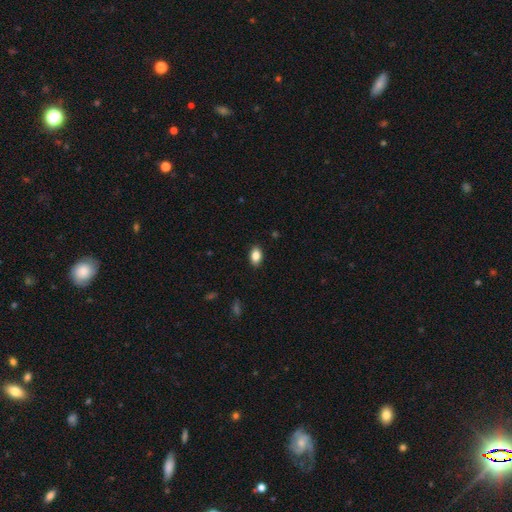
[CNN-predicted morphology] A smooth galaxy with no disk features (85%) that is in between round and cigar-shaped (88%).

Vote fractions:
- Smooth or featured? smooth: 85% / star or artifact: 8% / featured or disk: 7%
- How rounded? in between: 88% / round: 11% / cigar-shaped: 2%
- Merging? none: 88% / minor disturbance: 9% / major disturbance: 2% / merger: 1%